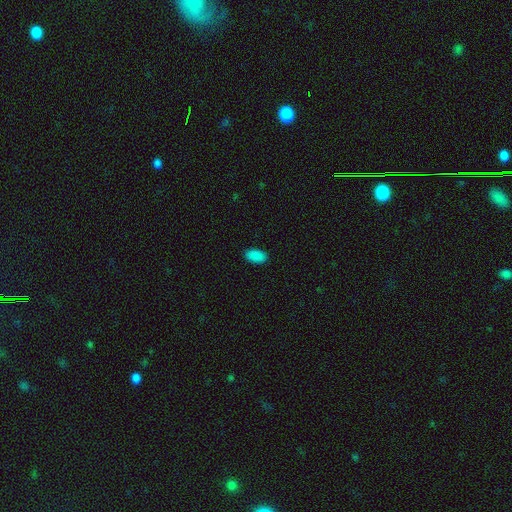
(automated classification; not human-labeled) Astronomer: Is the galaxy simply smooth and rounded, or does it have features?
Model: smooth — 89%.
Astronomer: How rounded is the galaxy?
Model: in between — 94%.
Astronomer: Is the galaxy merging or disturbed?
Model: none — 89%.